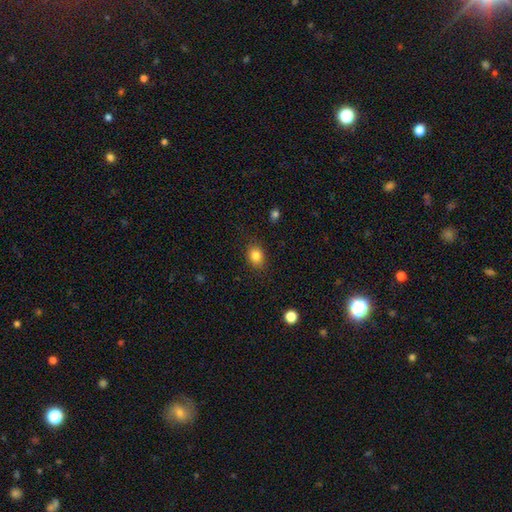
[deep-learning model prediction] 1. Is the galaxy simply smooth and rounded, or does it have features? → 83% smooth, 10% star or artifact, 6% featured or disk.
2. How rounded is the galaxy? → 57% in between, 42% round, 1% cigar-shaped.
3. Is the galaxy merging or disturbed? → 85% none, 11% minor disturbance, 3% major disturbance, 1% merger.